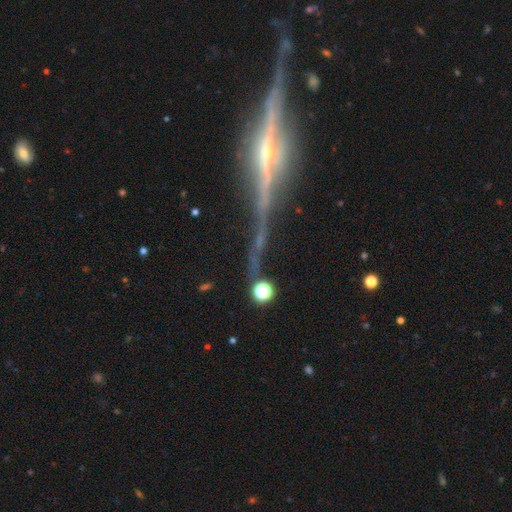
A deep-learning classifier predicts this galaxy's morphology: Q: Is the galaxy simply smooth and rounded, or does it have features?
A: featured or disk — 86%.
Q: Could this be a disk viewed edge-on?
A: yes — 96%.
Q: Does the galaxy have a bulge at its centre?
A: rounded — 75%.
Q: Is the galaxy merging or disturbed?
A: none — 81%.